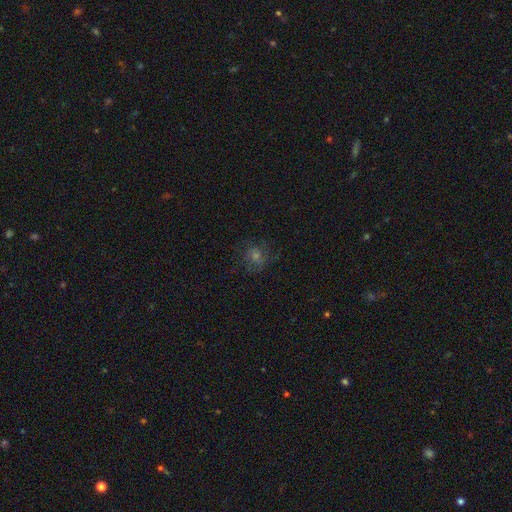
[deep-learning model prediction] Q: Smooth or featured?
A: smooth (40%); runner-up: featured or disk (32%)
Q: Merging?
A: none (76%); runner-up: minor disturbance (14%)